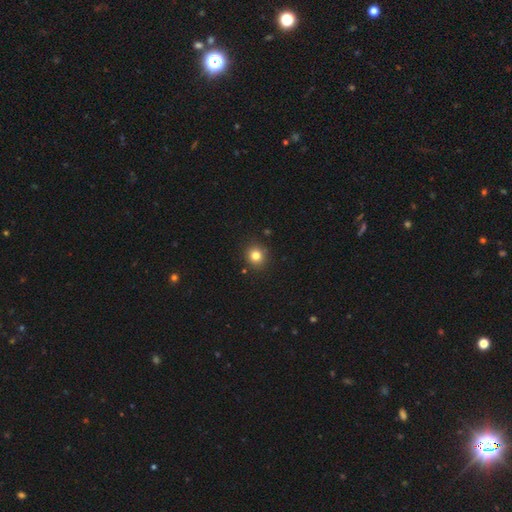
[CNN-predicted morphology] Q: Smooth or featured?
A: smooth (81%); runner-up: star or artifact (13%)
Q: How rounded?
A: round (87%); runner-up: in between (12%)
Q: Merging?
A: none (89%); runner-up: minor disturbance (7%)